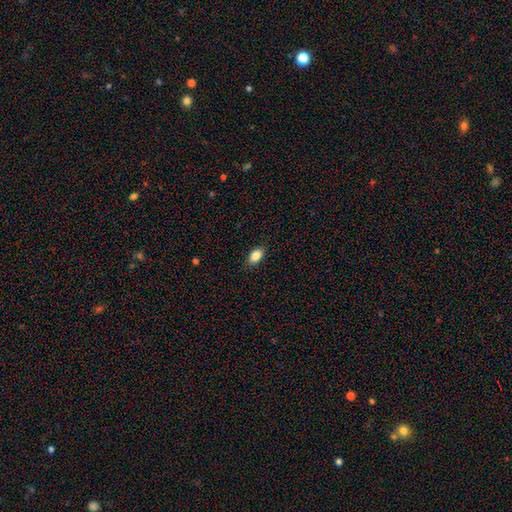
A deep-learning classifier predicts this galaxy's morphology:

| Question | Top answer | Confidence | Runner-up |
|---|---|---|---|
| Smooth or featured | smooth | 87% | star or artifact (8%) |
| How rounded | in between | 89% | round (8%) |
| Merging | none | 87% | minor disturbance (10%) |